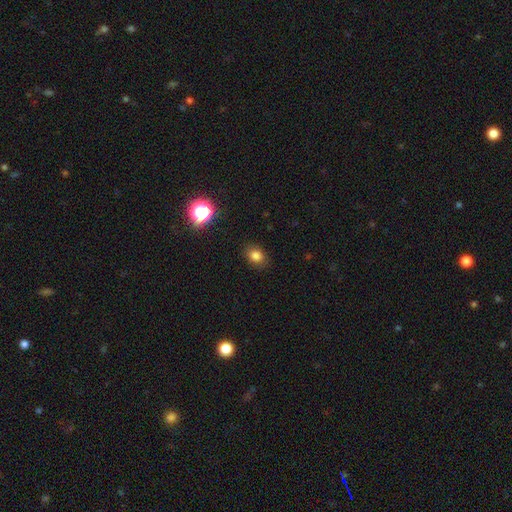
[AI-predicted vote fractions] The model was most divided on "how rounded": in between: 54%, round: 45%, cigar-shaped: 1%. More confident: merging — none (86%); smooth or featured — smooth (81%).